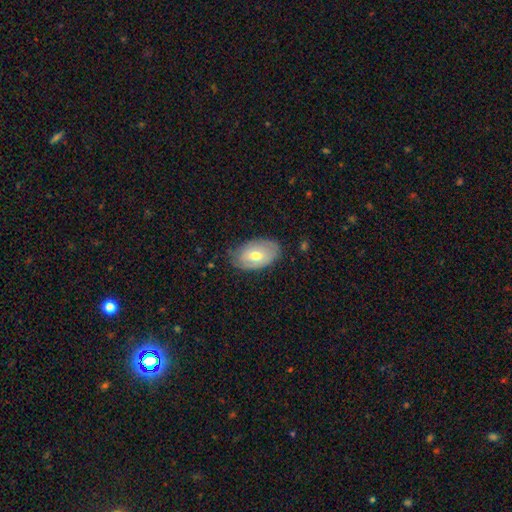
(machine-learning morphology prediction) Smooth or featured? smooth (55%)
How rounded? in between (90%)
Merging? none (72%)